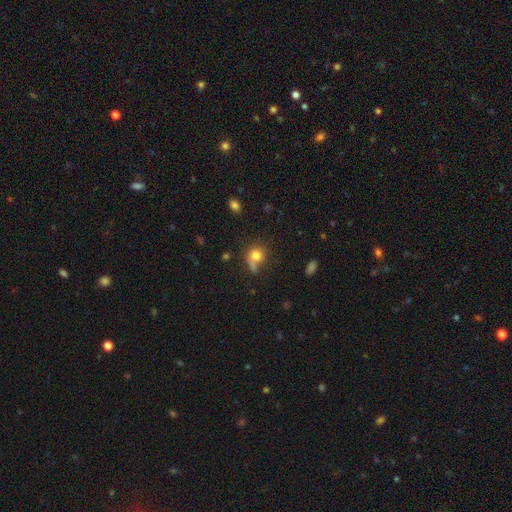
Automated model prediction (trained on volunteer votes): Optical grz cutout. It shows a smooth galaxy with no disk features (77%) that is round (78%). Merging: none (49%).